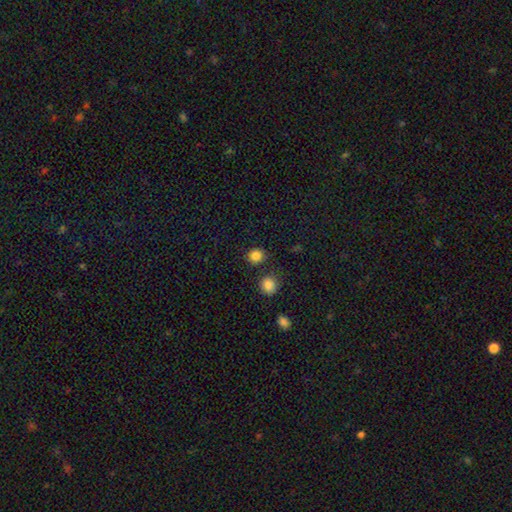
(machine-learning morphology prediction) Smooth or featured? smooth (84%)
How rounded? round (85%)
Merging? none (84%)